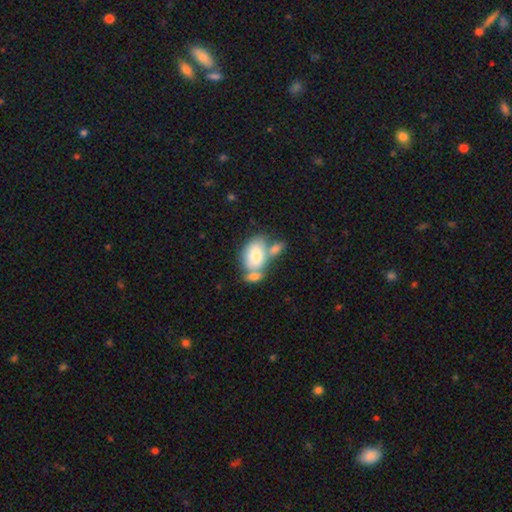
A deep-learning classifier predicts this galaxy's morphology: A smooth galaxy with no disk features (75%) that is in between round and cigar-shaped (88%).

Vote fractions:
- Smooth or featured? smooth: 75% / featured or disk: 19% / star or artifact: 6%
- How rounded? in between: 88% / round: 11% / cigar-shaped: 2%
- Merging? merger: 47% / none: 33% / minor disturbance: 14% / major disturbance: 7%